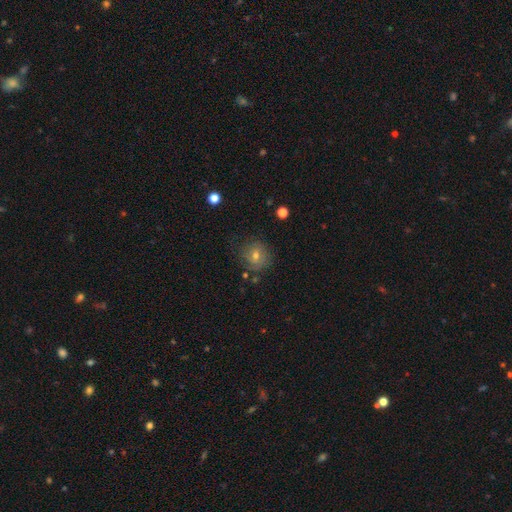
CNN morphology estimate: type=smooth (60%); roundness=round (83%); merging=none (74%).